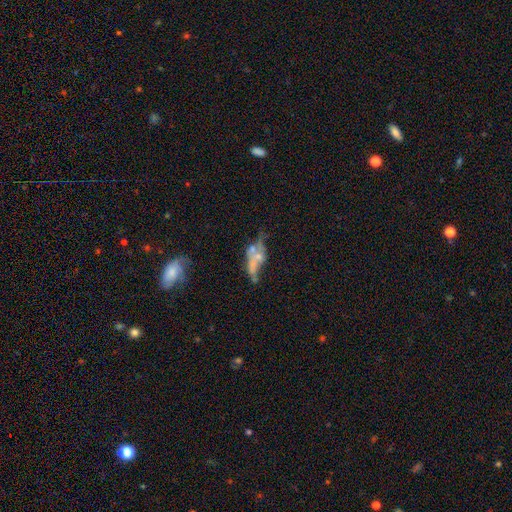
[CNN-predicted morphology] smooth_or_featured: featured or disk (p=0.52) [alt: smooth p=0.33]
disk_edge_on: no (p=0.86) [alt: yes p=0.14]
merging: merger (p=0.37) [alt: none p=0.25]